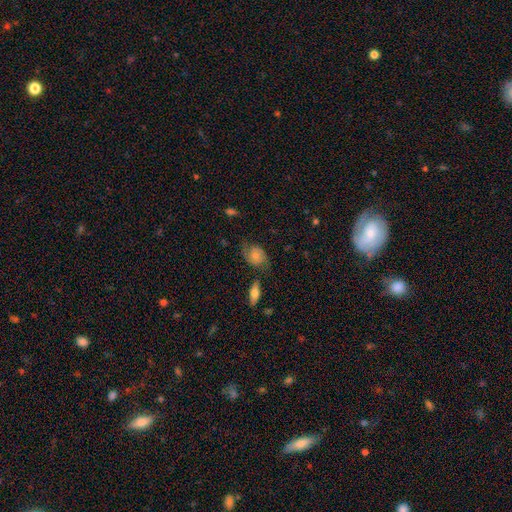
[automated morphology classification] A featured or disk galaxy (51%). Merging: none (59%).